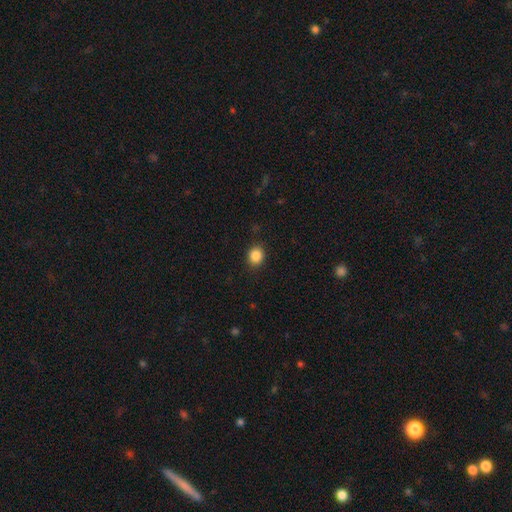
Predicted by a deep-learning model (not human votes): Smooth or featured? Predicted: smooth (p=0.86). How rounded? Predicted: round (p=0.73). Merging? Predicted: none (p=0.89).